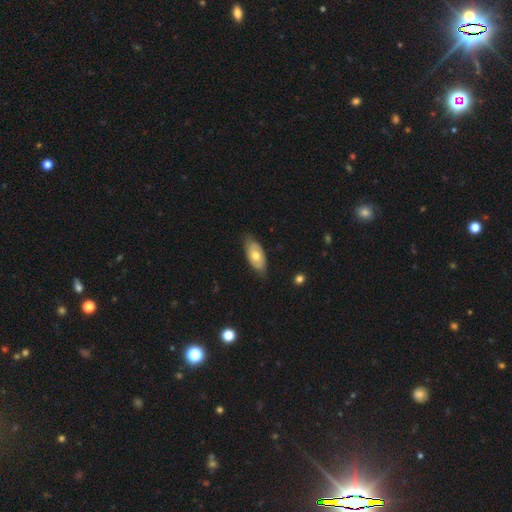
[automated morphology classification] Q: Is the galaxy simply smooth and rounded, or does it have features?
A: smooth — 57%.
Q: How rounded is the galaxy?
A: in between — 92%.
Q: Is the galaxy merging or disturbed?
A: none — 71%.